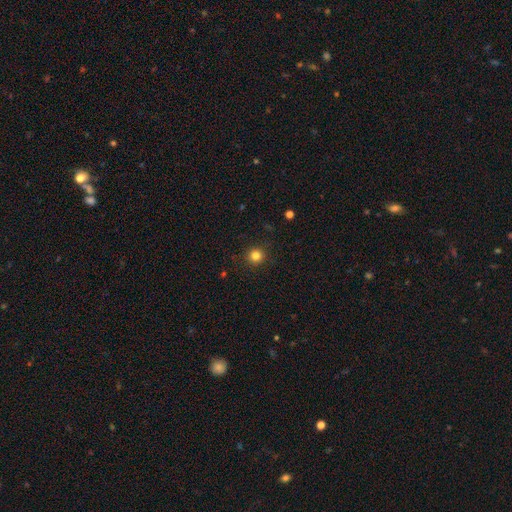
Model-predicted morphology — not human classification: smooth_or_featured: smooth (p=0.82) [alt: star or artifact p=0.13]
how_rounded: round (p=0.95) [alt: in between p=0.04]
merging: none (p=0.91) [alt: minor disturbance p=0.06]